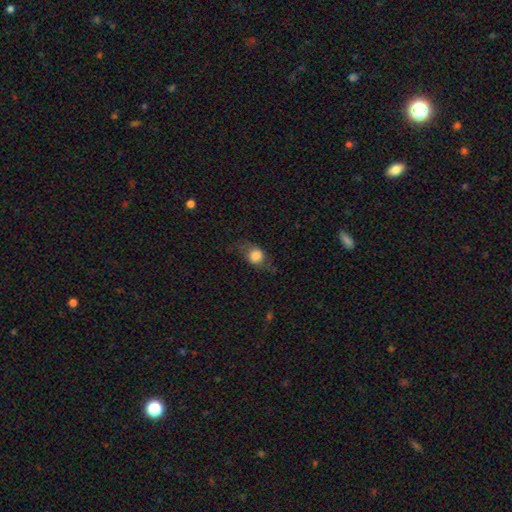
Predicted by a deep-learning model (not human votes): Smooth or featured? smooth (67%)
How rounded? round (57%)
Merging? none (60%)